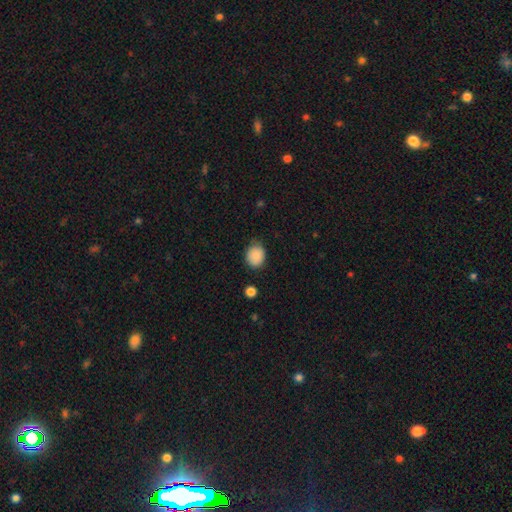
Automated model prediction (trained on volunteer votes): A smooth galaxy with no disk features (88%) that is round (60%).

Vote fractions:
- Smooth or featured? smooth: 88% / star or artifact: 8% / featured or disk: 4%
- How rounded? round: 60% / in between: 39% / cigar-shaped: 1%
- Merging? none: 74% / minor disturbance: 20% / major disturbance: 4% / merger: 2%